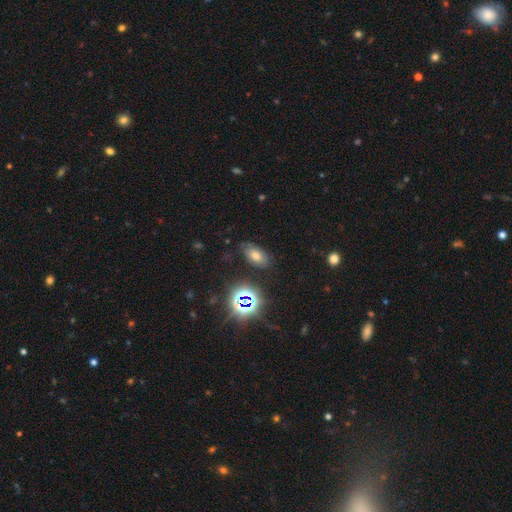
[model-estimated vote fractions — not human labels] smooth 57%, star or artifact 26%, featured or disk 16%. Down the decision tree: how rounded — in between (89%); merging — none (74%).